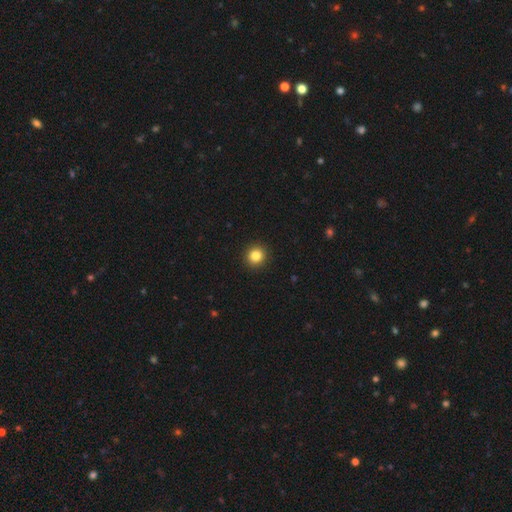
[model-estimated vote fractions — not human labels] smooth-or-featured: smooth: 84% | star or artifact: 11% | featured or disk: 5%
  how-rounded: round: 92% | in between: 7% | cigar-shaped: 1%
  merging: none: 93% | minor disturbance: 4% | major disturbance: 2% | merger: 1%